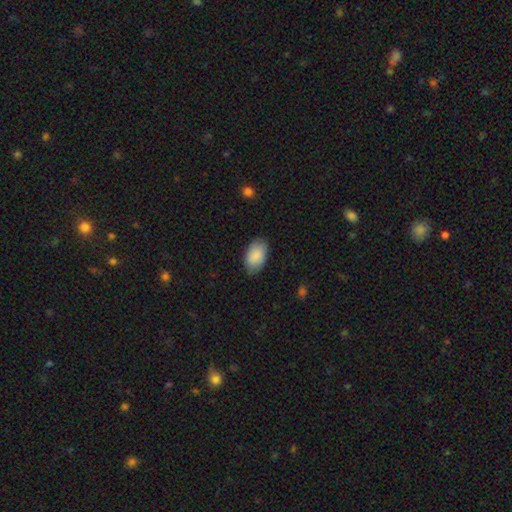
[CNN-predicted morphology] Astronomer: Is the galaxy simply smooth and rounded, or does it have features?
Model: smooth — 87%.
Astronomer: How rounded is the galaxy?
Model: in between — 94%.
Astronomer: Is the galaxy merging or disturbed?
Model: none — 83%.